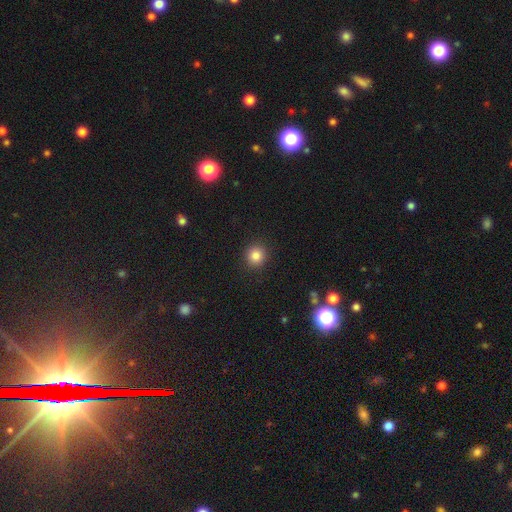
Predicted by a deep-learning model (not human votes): Q: Smooth or featured?
A: smooth (83%); runner-up: star or artifact (12%)
Q: How rounded?
A: round (91%); runner-up: in between (8%)
Q: Merging?
A: none (91%); runner-up: minor disturbance (5%)